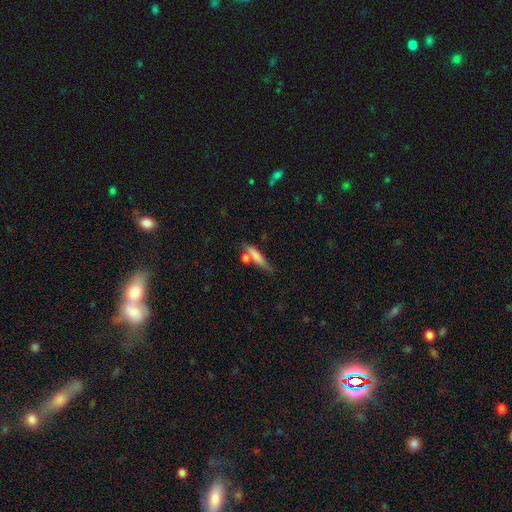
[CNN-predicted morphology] This appears to be a smooth galaxy with no disk features (72%) that is cigar-shaped (78%). Merging: none (50%).